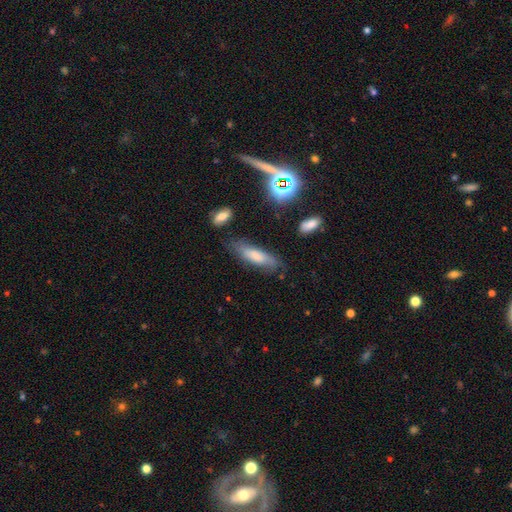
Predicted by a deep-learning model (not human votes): Morphology: type=smooth (67%); roundness=cigar-shaped (52%); merging=none (70%).